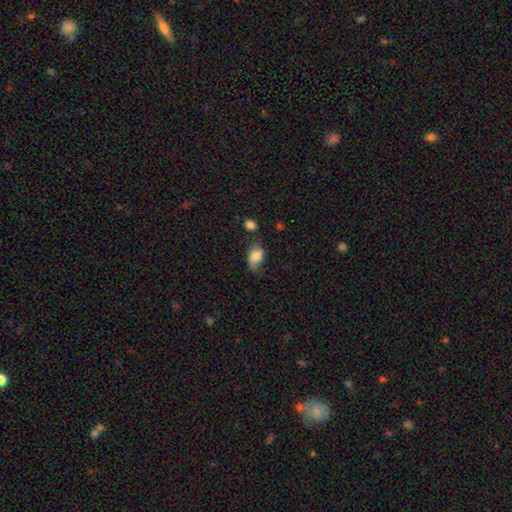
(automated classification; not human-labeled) Overall: smooth (68%). How rounded: in between (85%). Merging: none (46%; minor disturbance 34%).